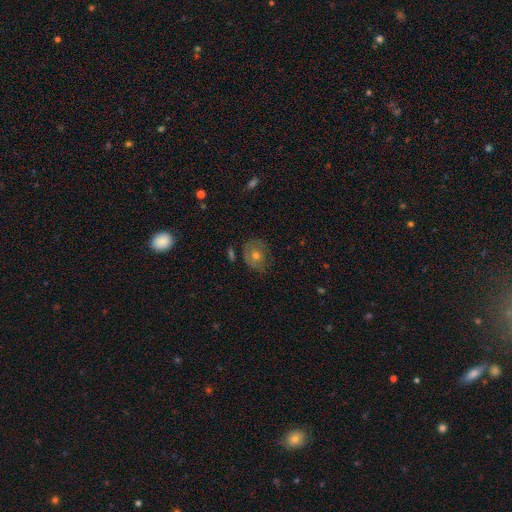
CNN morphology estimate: type=featured or disk (46%); merging=none (72%).